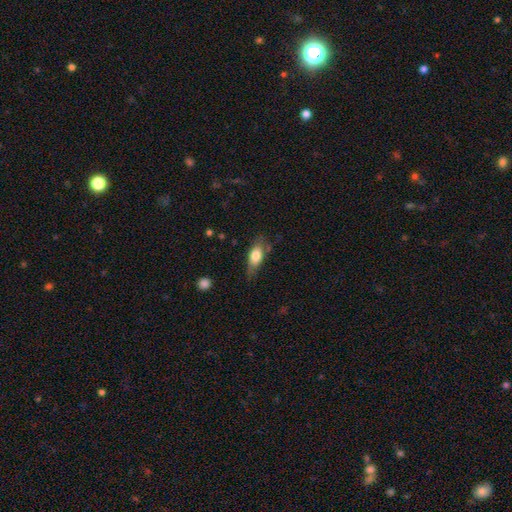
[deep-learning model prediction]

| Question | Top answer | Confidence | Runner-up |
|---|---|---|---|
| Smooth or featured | smooth | 72% | featured or disk (21%) |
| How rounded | in between | 78% | cigar-shaped (18%) |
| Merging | none | 62% | minor disturbance (27%) |